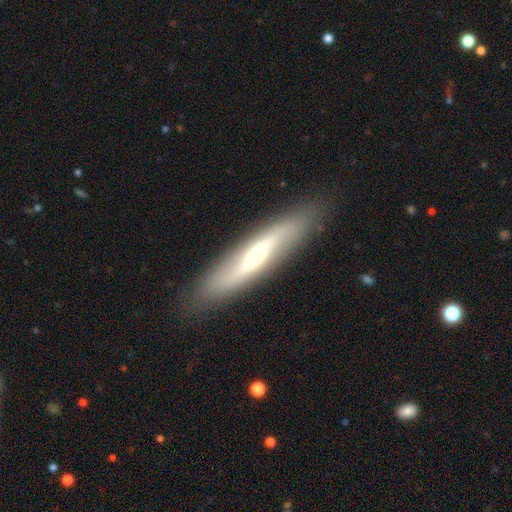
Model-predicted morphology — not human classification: type=featured or disk (65%); edge-on=yes (53%); merging=none (86%).